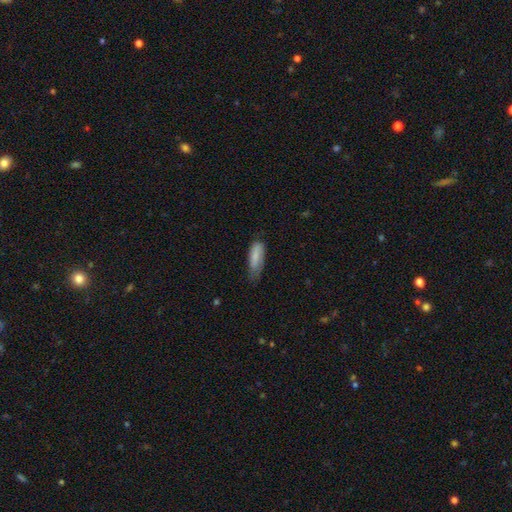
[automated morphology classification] smooth-or-featured: smooth: 76% | featured or disk: 18% | star or artifact: 6%
  how-rounded: in between: 70% | cigar-shaped: 28% | round: 2%
  merging: none: 46% | minor disturbance: 38% | major disturbance: 13% | merger: 2%